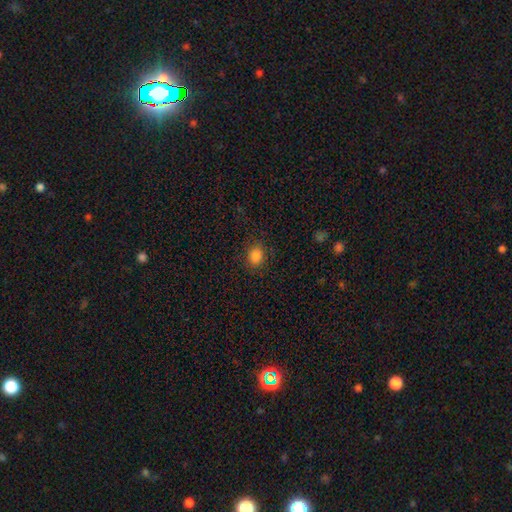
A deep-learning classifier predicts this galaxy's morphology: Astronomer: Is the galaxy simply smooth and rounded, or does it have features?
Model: smooth — 85%.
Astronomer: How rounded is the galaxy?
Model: round — 60% (runner-up: in between, 39%).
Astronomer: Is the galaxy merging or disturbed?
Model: none — 86%.